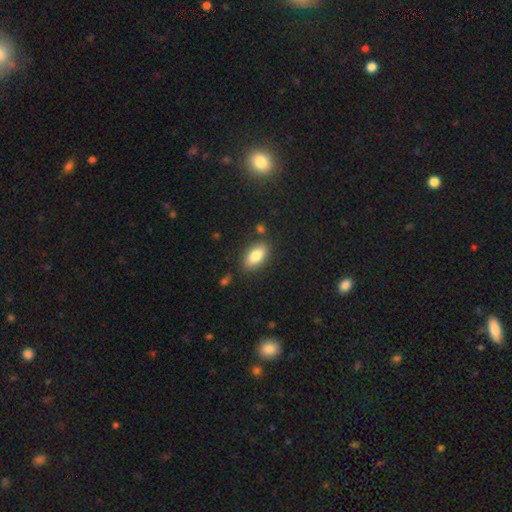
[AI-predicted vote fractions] The model was most divided on "smooth or featured": smooth: 80%, featured or disk: 12%, star or artifact: 7%. More confident: how rounded — in between (89%); merging — none (83%).